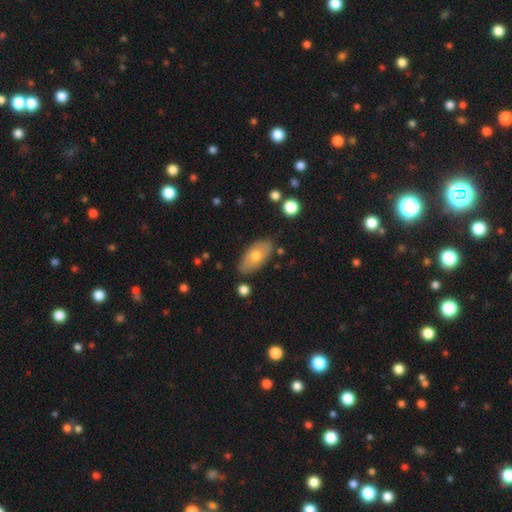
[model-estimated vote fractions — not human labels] A smooth galaxy with no disk features (66%) that is in between round and cigar-shaped (91%).

Vote fractions:
- Smooth or featured? smooth: 66% / featured or disk: 27% / star or artifact: 7%
- How rounded? in between: 91% / cigar-shaped: 5% / round: 4%
- Merging? none: 82% / minor disturbance: 13% / major disturbance: 3% / merger: 3%